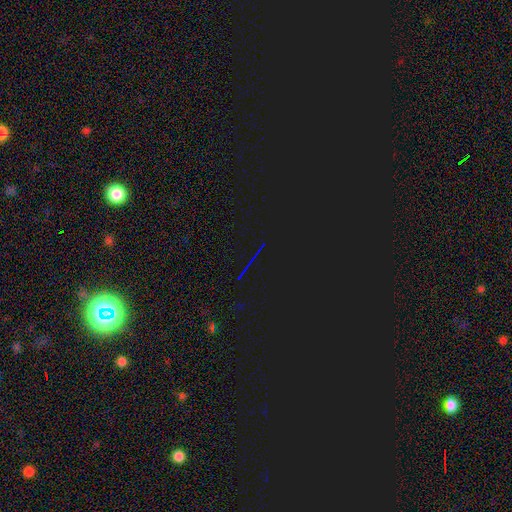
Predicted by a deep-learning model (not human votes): A star or artifact, not a galaxy (83%).

Vote fractions:
- Smooth or featured? star or artifact: 83% / smooth: 9% / featured or disk: 8%